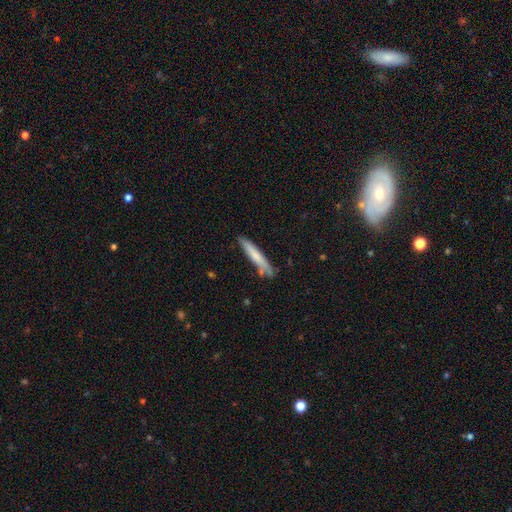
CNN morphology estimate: Smooth or featured? smooth (69%)
How rounded? cigar-shaped (94%)
Merging? none (77%)